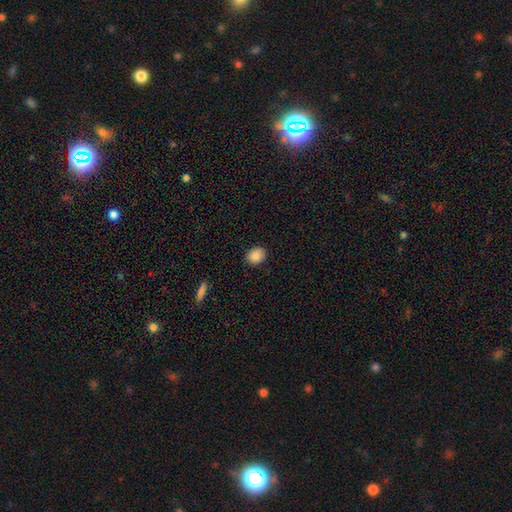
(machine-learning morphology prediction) Overall: smooth (88%). How rounded: in between (54%; round 45%). Merging: none (88%).